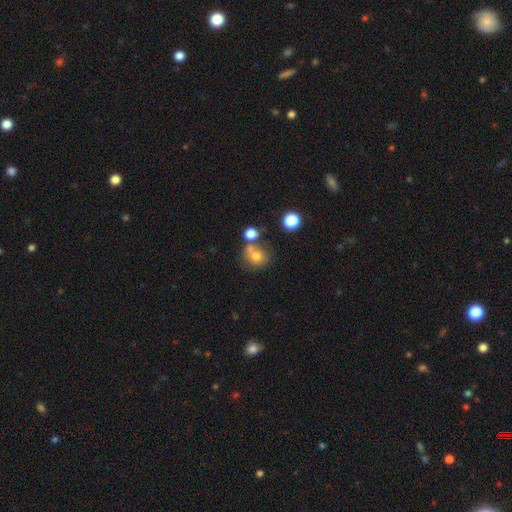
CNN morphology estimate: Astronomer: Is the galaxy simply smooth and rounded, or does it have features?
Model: smooth — 71%.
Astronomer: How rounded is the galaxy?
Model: round — 78%.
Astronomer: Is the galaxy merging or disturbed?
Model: none — 50% (runner-up: merger, 34%).